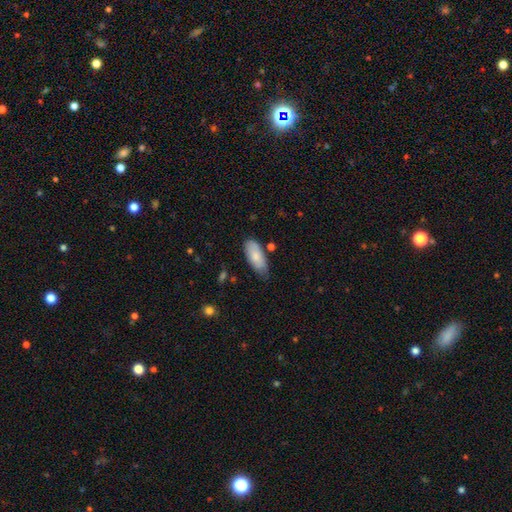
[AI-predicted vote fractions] smooth_or_featured: smooth (p=0.80) [alt: featured or disk p=0.14]
how_rounded: in between (p=0.88) [alt: cigar-shaped p=0.10]
merging: none (p=0.69) [alt: minor disturbance p=0.24]